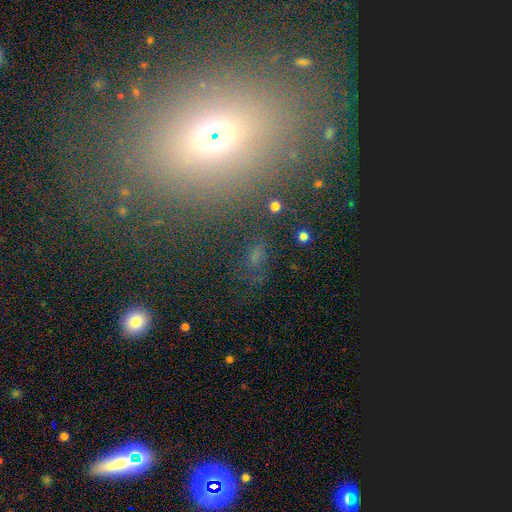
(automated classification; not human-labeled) Smooth or featured? smooth (47%)
Merging? none (58%)